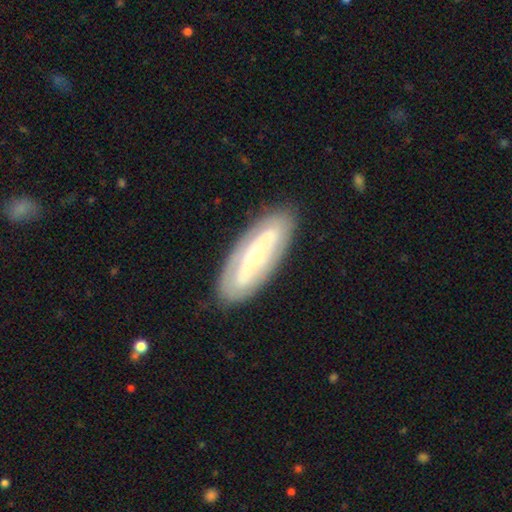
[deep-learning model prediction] Morphology: type=featured or disk (66%); edge-on=no (84%); bar=no (55%); spiral arms=yes (62%); bulge=small (61%); merging=none (83%).